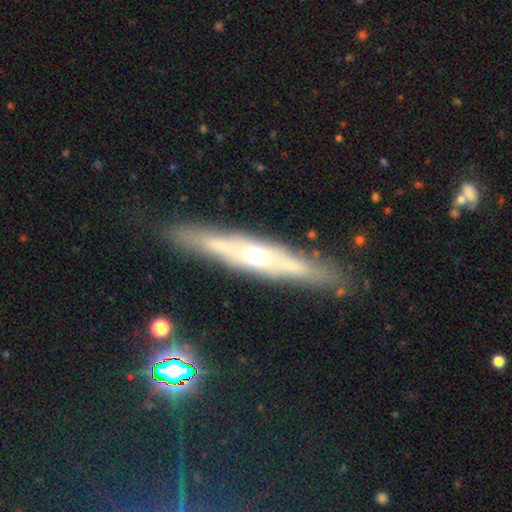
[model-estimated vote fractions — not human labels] Morphology: type=featured or disk (72%); edge-on=yes (79%); edge-on bulge=rounded (75%); merging=none (84%).